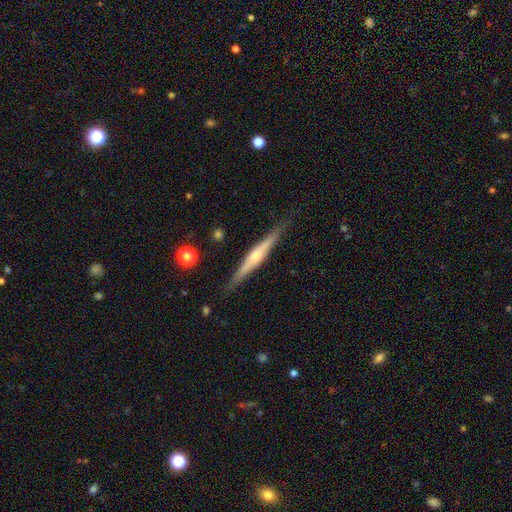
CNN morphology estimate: featured or disk 70%, smooth 24%, star or artifact 6%. Down the decision tree: edge-on disk — yes (97%); edge-on bulge — rounded (80%); merging — none (88%).